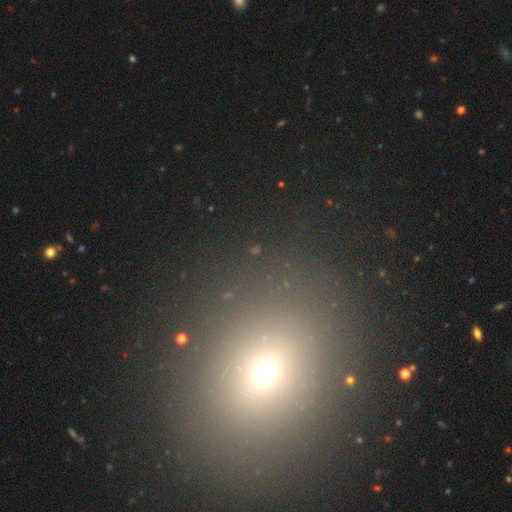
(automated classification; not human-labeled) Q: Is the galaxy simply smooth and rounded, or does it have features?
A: smooth — 50%.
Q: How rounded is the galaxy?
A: round — 68%.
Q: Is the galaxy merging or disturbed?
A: none — 87%.